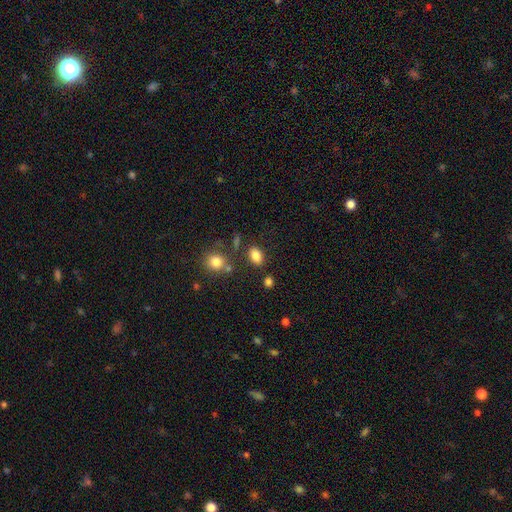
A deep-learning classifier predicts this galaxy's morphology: smooth 84%, star or artifact 10%, featured or disk 6%. Down the decision tree: how rounded — in between (79%); merging — none (78%).